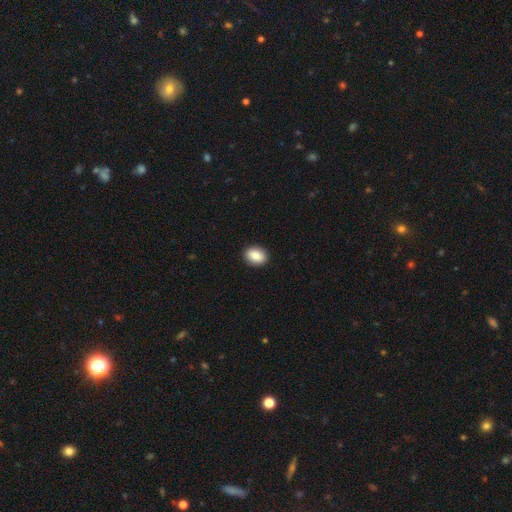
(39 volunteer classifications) Smooth or featured? 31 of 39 (79%) said smooth. How rounded? 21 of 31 (68%) said in between. Merging? 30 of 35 (86%) said none.